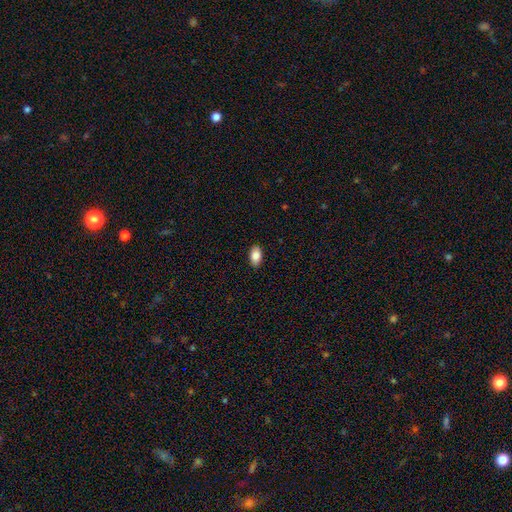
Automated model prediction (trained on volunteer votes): The model was most divided on "smooth or featured": smooth: 87%, star or artifact: 7%, featured or disk: 6%. More confident: how rounded — in between (93%); merging — none (89%).